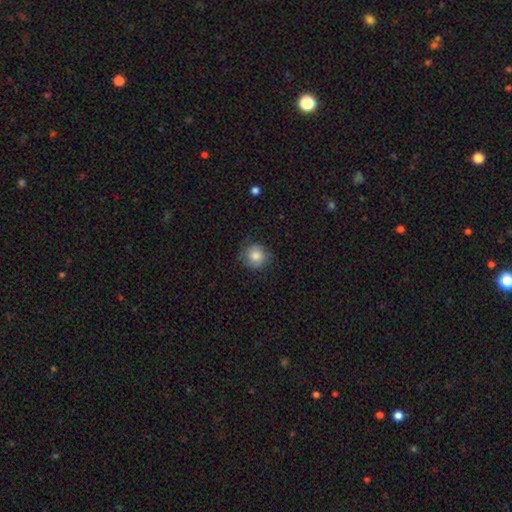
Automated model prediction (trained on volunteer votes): This appears to be a smooth galaxy with no disk features (73%) that is round (90%). Merging: none (79%).